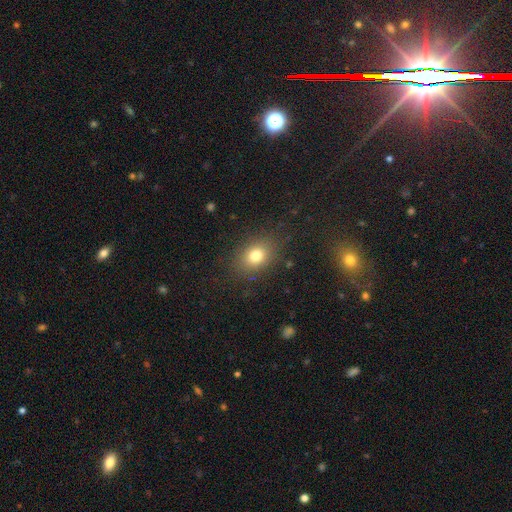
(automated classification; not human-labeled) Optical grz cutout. It shows a smooth galaxy with no disk features (78%) that is in between round and cigar-shaped (64%). Merging: none (84%).